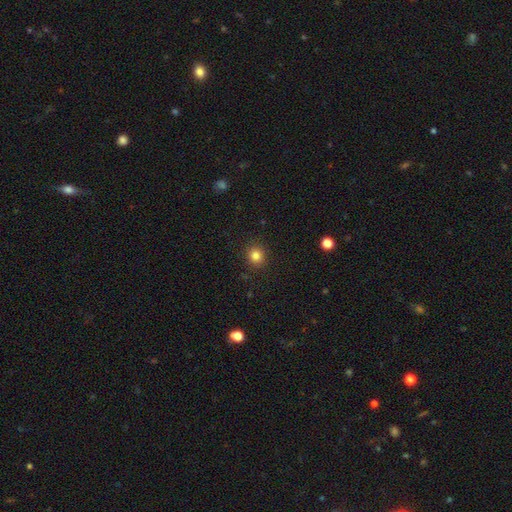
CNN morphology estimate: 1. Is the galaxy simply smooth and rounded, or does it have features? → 83% smooth, 12% star or artifact, 5% featured or disk.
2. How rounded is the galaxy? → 88% round, 12% in between, 1% cigar-shaped.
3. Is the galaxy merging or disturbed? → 91% none, 6% minor disturbance, 2% major disturbance, 1% merger.